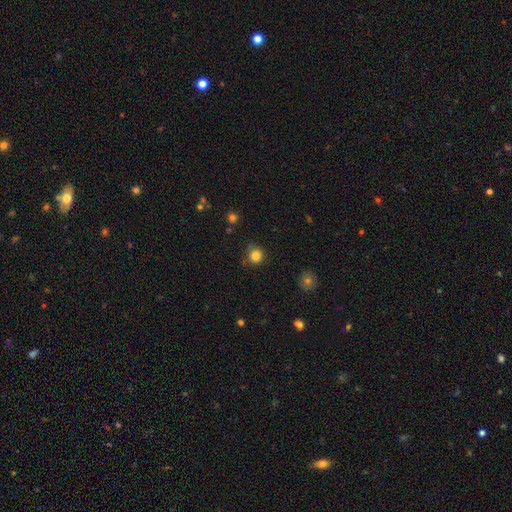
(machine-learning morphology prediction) The model was most divided on "merging": none: 83%, minor disturbance: 13%, major disturbance: 3%, merger: 2%. More confident: how rounded — round (91%); smooth or featured — smooth (83%).